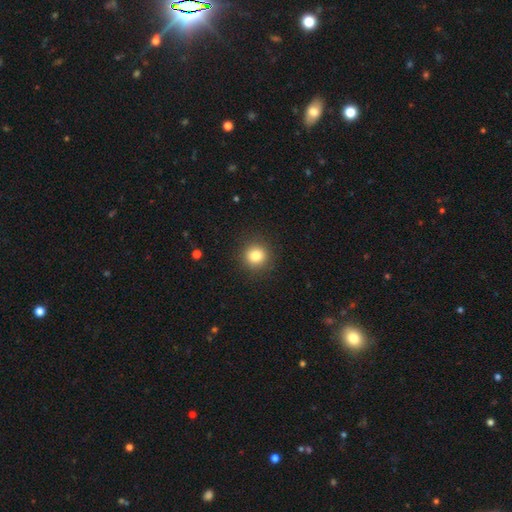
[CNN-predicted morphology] Q: Smooth or featured?
A: smooth (81%); runner-up: star or artifact (12%)
Q: How rounded?
A: round (93%); runner-up: in between (6%)
Q: Merging?
A: none (91%); runner-up: minor disturbance (6%)